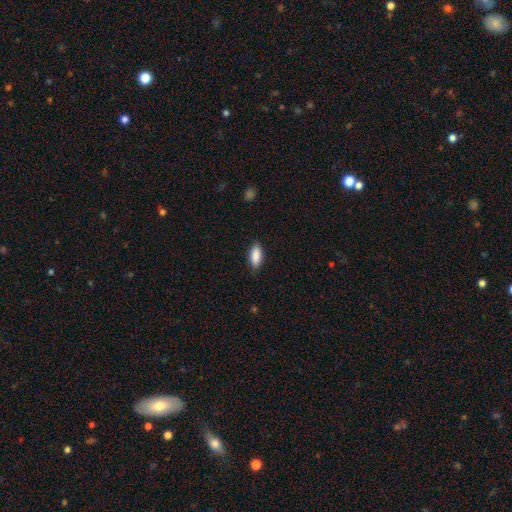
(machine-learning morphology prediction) smooth-or-featured: smooth: 88% | star or artifact: 7% | featured or disk: 6%
  how-rounded: in between: 80% | cigar-shaped: 18% | round: 2%
  merging: none: 83% | minor disturbance: 13% | major disturbance: 3% | merger: 1%